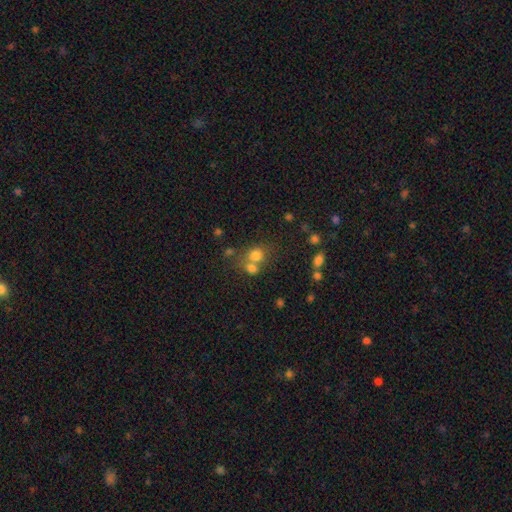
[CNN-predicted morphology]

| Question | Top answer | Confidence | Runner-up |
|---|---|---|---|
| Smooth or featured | smooth | 73% | star or artifact (15%) |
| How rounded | round | 76% | in between (23%) |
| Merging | none | 44% | merger (43%) |